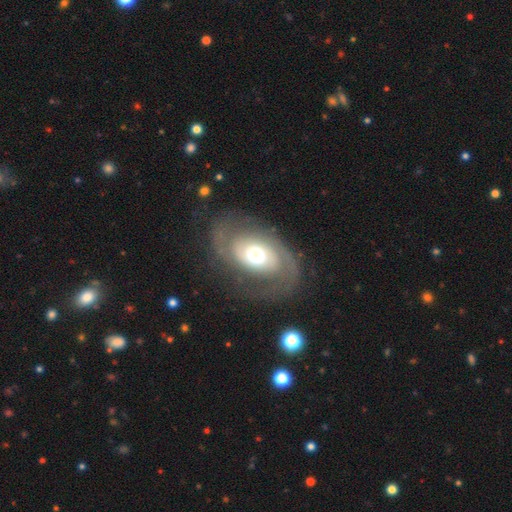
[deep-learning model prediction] This is clearly a featured or disk galaxy (81%). It is clearly not viewed edge-on (96%). Bar: likely no (68%). Spiral arm pattern: clearly yes (89%). Spiral arm count: clearly 2 (85%). Spiral winding: marginally medium (44%). Central bulge: likely moderate (60%). Merging: likely none (74%).